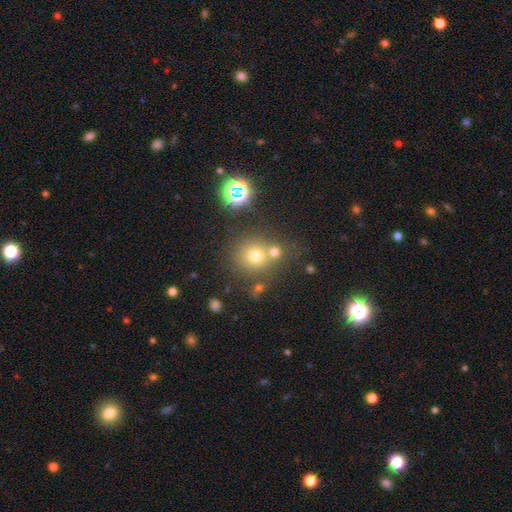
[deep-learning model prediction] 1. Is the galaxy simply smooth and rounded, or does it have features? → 67% smooth, 22% star or artifact, 11% featured or disk.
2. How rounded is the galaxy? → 88% round, 11% in between, 1% cigar-shaped.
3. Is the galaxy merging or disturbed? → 61% none, 26% merger, 9% minor disturbance, 4% major disturbance.